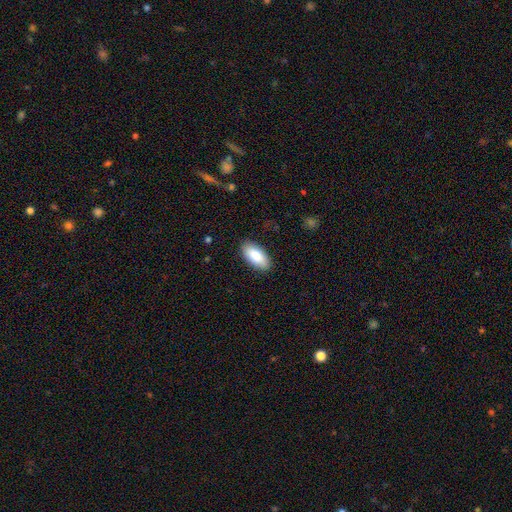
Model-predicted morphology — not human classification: Smooth or featured: smooth — 87% (featured or disk — 8%)
How rounded: in between — 91% (cigar-shaped — 8%)
Merging: none — 88% (minor disturbance — 9%)